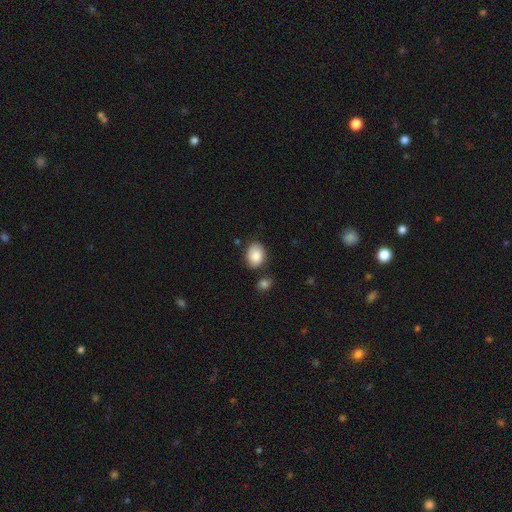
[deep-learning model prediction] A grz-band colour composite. It shows a smooth galaxy with no disk features (87%) that is in between round and cigar-shaped (67%). Merging: none (75%).